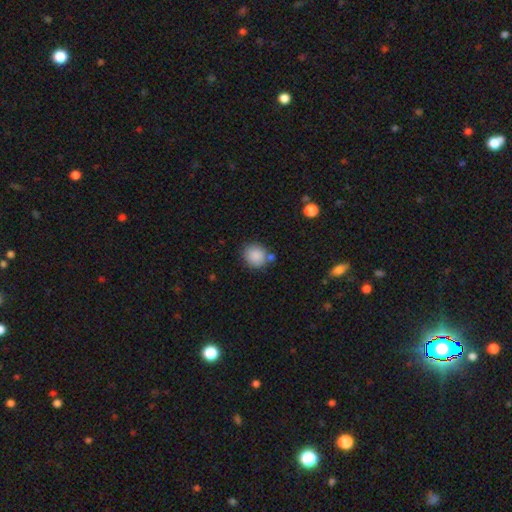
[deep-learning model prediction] smooth_or_featured: smooth (p=0.88) [alt: star or artifact p=0.08]
how_rounded: round (p=0.83) [alt: in between p=0.16]
merging: none (p=0.72) [alt: minor disturbance p=0.13]